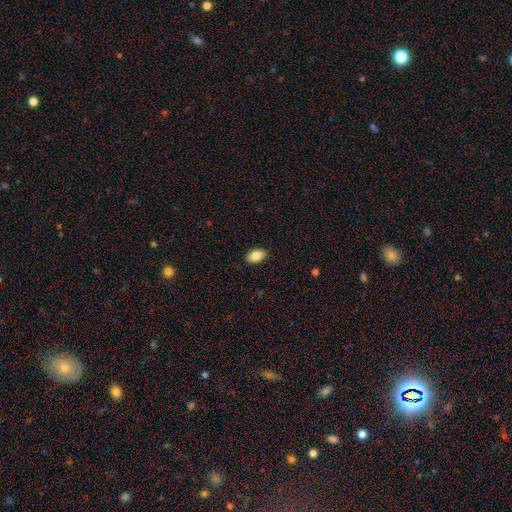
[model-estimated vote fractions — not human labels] Smooth or featured? smooth (83%)
How rounded? in between (90%)
Merging? none (88%)